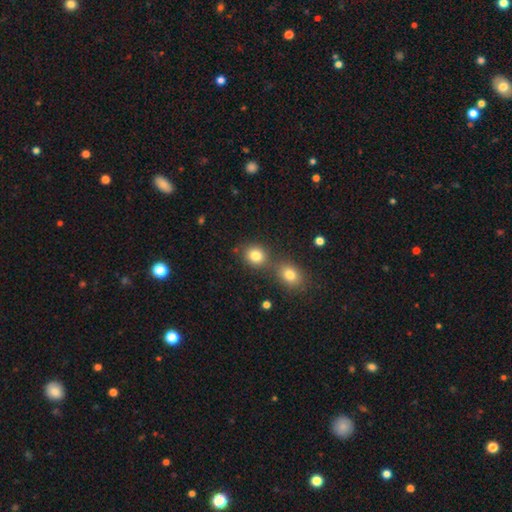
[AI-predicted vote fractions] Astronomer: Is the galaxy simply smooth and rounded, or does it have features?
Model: smooth — 81%.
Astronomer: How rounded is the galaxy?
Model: round — 74%.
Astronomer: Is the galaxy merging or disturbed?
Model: none — 59%.